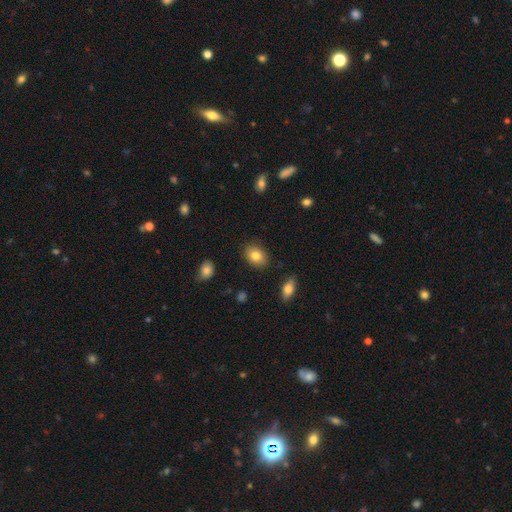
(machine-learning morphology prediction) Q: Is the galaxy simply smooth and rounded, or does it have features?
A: smooth — 81%.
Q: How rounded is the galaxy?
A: in between — 72%.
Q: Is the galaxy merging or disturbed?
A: none — 87%.